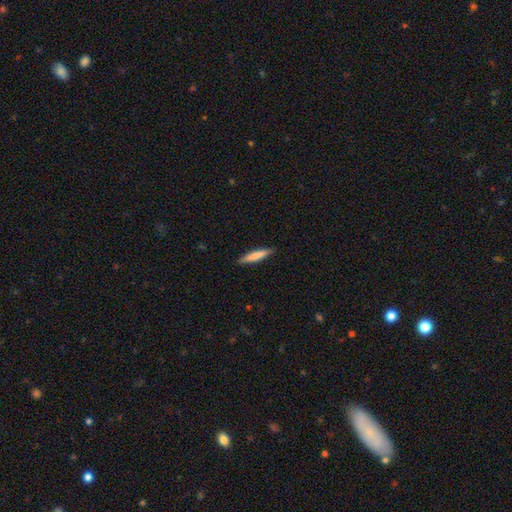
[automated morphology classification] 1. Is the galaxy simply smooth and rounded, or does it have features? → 77% smooth, 18% featured or disk, 5% star or artifact.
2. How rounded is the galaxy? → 91% cigar-shaped, 8% in between, 1% round.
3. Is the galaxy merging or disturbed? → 89% none, 8% minor disturbance, 2% major disturbance, 1% merger.